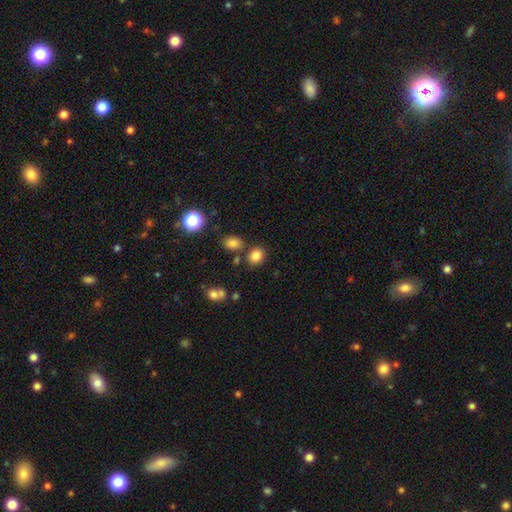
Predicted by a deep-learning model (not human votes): smooth 83%, star or artifact 12%, featured or disk 5%. Down the decision tree: how rounded — round (51%); merging — none (76%).